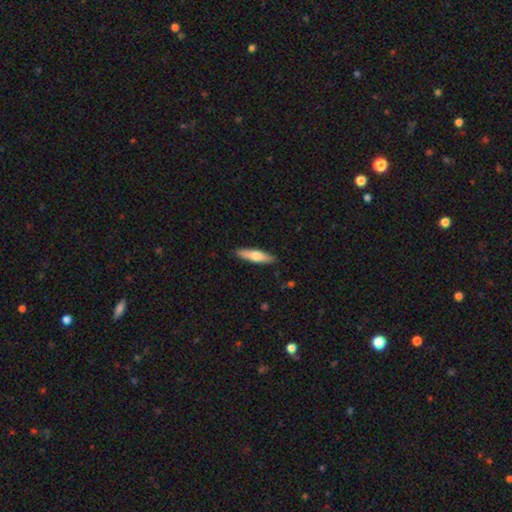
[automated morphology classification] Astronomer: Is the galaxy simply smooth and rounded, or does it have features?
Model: smooth — 64%.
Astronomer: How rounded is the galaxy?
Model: cigar-shaped — 70%.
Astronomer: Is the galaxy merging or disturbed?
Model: none — 89%.